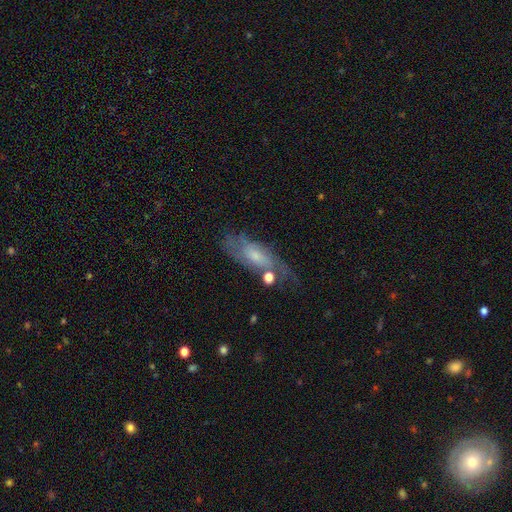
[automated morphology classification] A featured or disk galaxy (55%). Merging: none (51%).